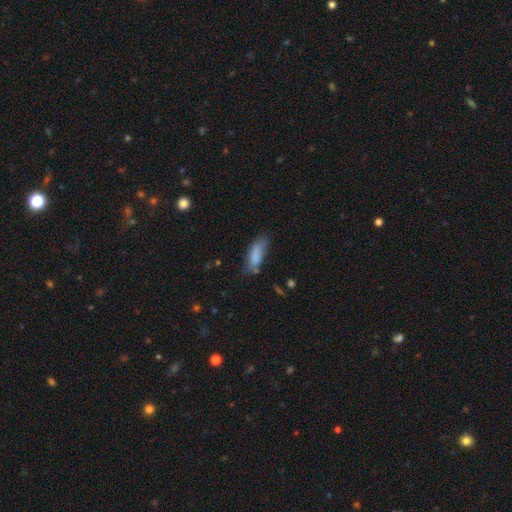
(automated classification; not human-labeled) Smooth or featured?
  - smooth: 82% *
  - featured or disk: 10%
  - star or artifact: 8%
How rounded?
  - in between: 69% *
  - cigar-shaped: 29%
  - round: 2%
Merging?
  - none: 54% *
  - minor disturbance: 31%
  - major disturbance: 11%
  - merger: 5%